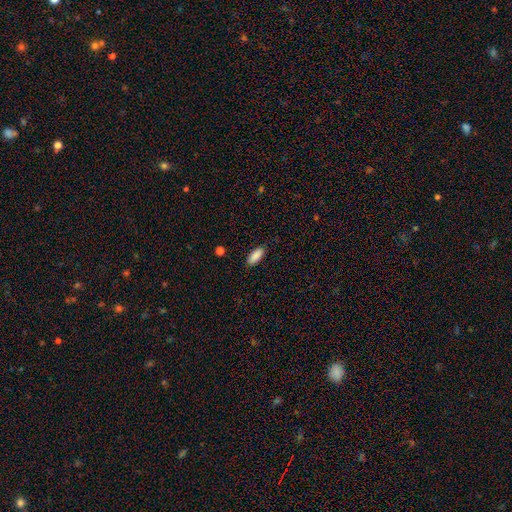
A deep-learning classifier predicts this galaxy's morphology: This appears to be a smooth galaxy with no disk features (89%) that is in between round and cigar-shaped (82%). Merging: none (87%).